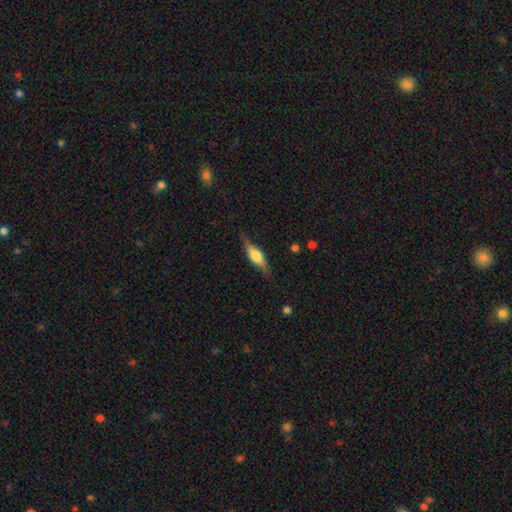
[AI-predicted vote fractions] Smooth or featured? Predicted: featured or disk (p=0.54). Edge-on disk? Predicted: yes (p=0.91). Merging? Predicted: none (p=0.78).